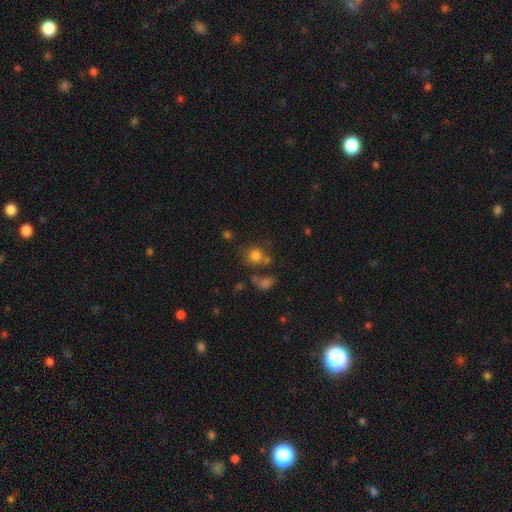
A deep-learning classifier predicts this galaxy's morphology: smooth_or_featured: smooth (p=0.77) [alt: star or artifact p=0.14]
how_rounded: round (p=0.81) [alt: in between p=0.18]
merging: none (p=0.59) [alt: merger p=0.18]